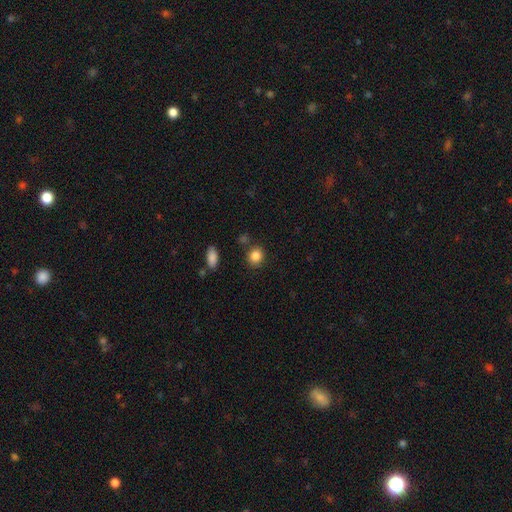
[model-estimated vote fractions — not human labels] smooth 86%, star or artifact 9%, featured or disk 4%. Down the decision tree: how rounded — round (73%); merging — none (81%).